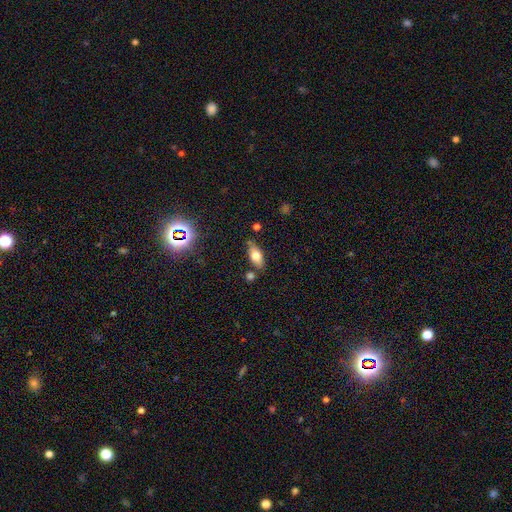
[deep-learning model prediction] The model was most divided on "smooth or featured": smooth: 71%, featured or disk: 19%, star or artifact: 10%. More confident: how rounded — in between (85%); merging — none (74%).